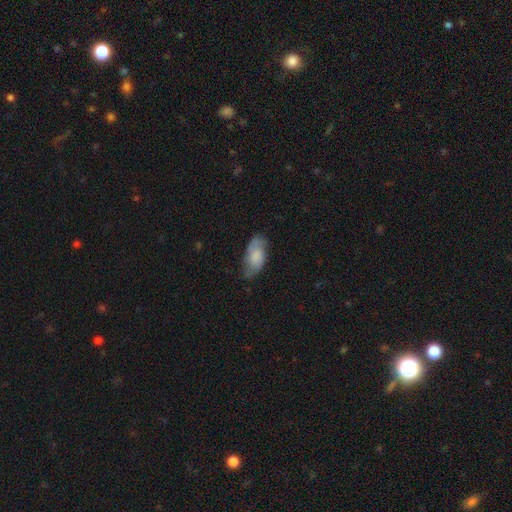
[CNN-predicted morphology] This appears to be a smooth galaxy with no disk features (64%) that is in between round and cigar-shaped (91%). Merging: none (64%).